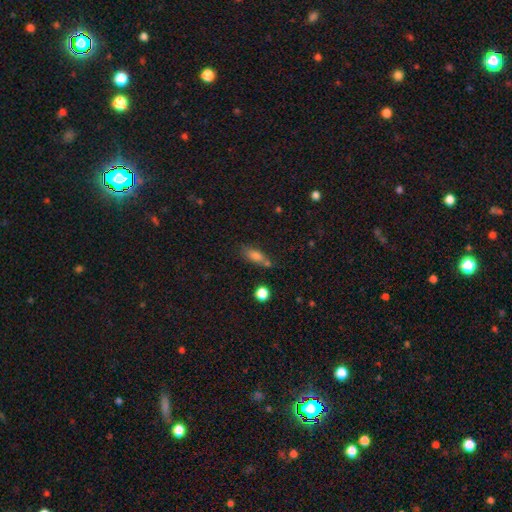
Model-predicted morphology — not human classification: The model was most divided on "merging": none: 55%, minor disturbance: 21%, merger: 16%, major disturbance: 7%. More confident: smooth or featured — smooth (76%); how rounded — in between (68%).